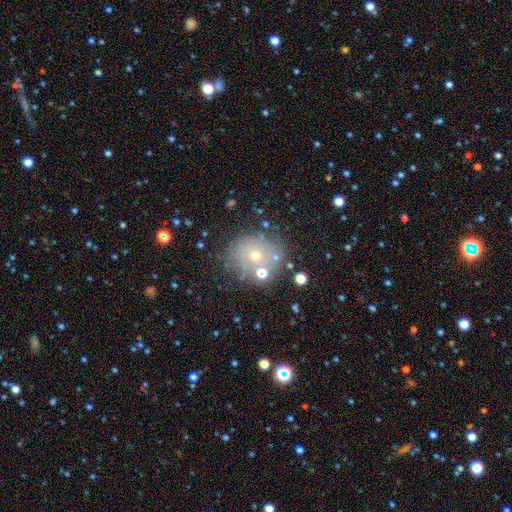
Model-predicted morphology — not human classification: This appears to be a smooth galaxy with no disk features (43%). Merging: none (67%).